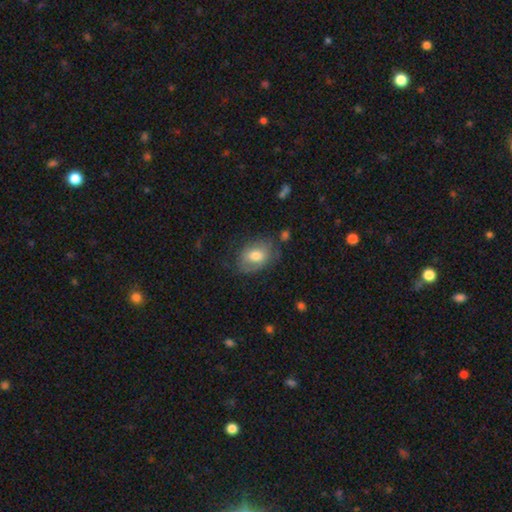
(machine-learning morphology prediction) smooth-or-featured: smooth: 66% | featured or disk: 26% | star or artifact: 8%
  how-rounded: in between: 80% | round: 19% | cigar-shaped: 1%
  merging: none: 62% | minor disturbance: 25% | major disturbance: 10% | merger: 3%